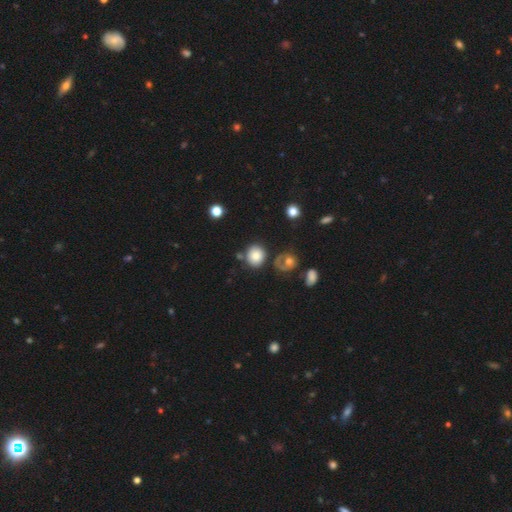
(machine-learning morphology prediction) Q: Smooth or featured?
A: smooth (80%); runner-up: star or artifact (10%)
Q: How rounded?
A: round (76%); runner-up: in between (23%)
Q: Merging?
A: none (66%); runner-up: minor disturbance (16%)